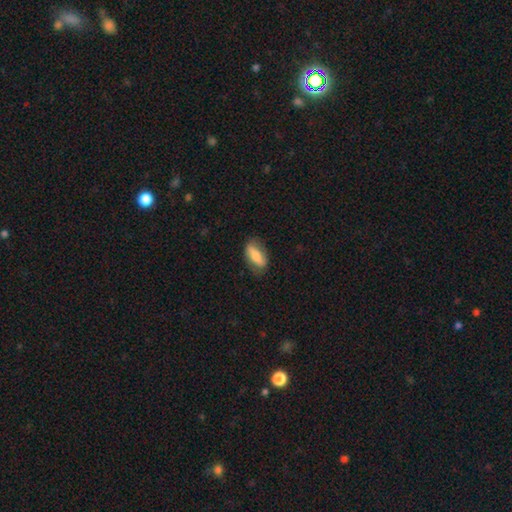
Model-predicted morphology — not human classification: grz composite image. It shows a smooth galaxy with no disk features (66%) that is in between round and cigar-shaped (82%). Merging: none (73%).